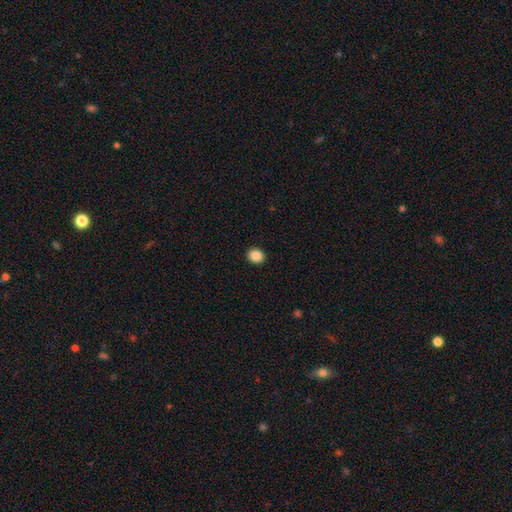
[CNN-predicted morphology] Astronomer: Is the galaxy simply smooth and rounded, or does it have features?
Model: smooth — 87%.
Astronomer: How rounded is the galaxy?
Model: round — 67%.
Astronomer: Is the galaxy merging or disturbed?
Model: none — 93%.